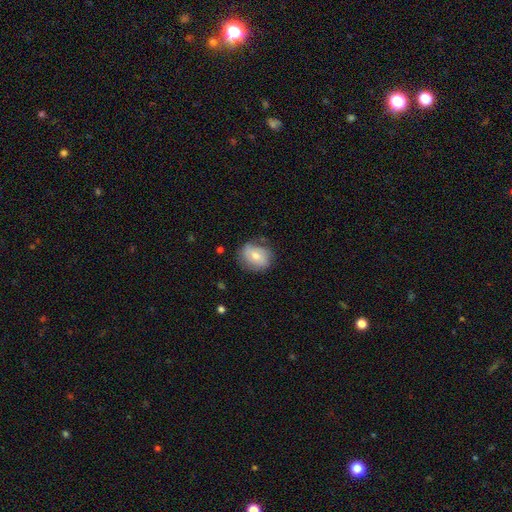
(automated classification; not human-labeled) A smooth galaxy with no disk features (64%) that is round (52%). Merging: none (71%).